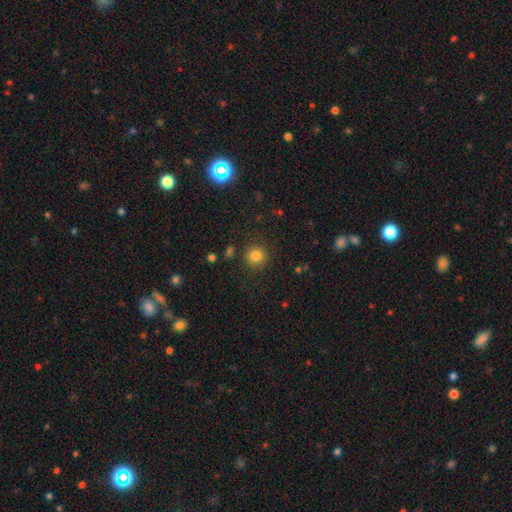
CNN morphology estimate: Q: Smooth or featured?
A: smooth (82%); runner-up: star or artifact (13%)
Q: How rounded?
A: round (91%); runner-up: in between (8%)
Q: Merging?
A: none (88%); runner-up: minor disturbance (7%)